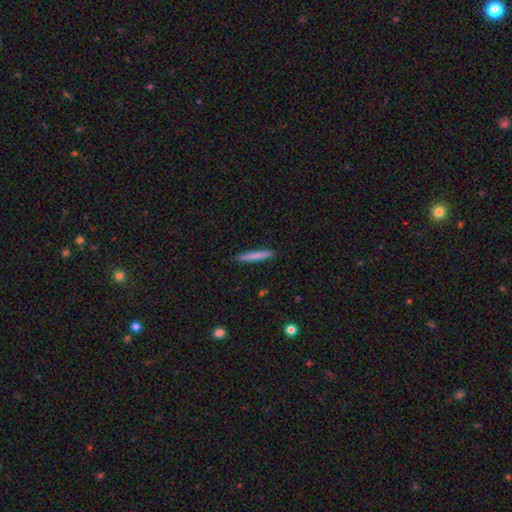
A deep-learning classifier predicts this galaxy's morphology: A smooth galaxy with no disk features (78%) that is cigar-shaped (95%).

Vote fractions:
- Smooth or featured? smooth: 78% / featured or disk: 17% / star or artifact: 6%
- How rounded? cigar-shaped: 95% / in between: 4% / round: 1%
- Merging? none: 90% / minor disturbance: 7% / major disturbance: 2% / merger: 1%